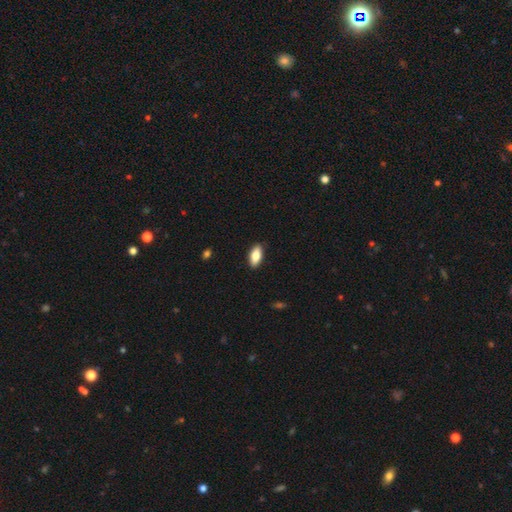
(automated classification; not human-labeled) Smooth or featured? smooth (80%)
How rounded? in between (86%)
Merging? none (89%)